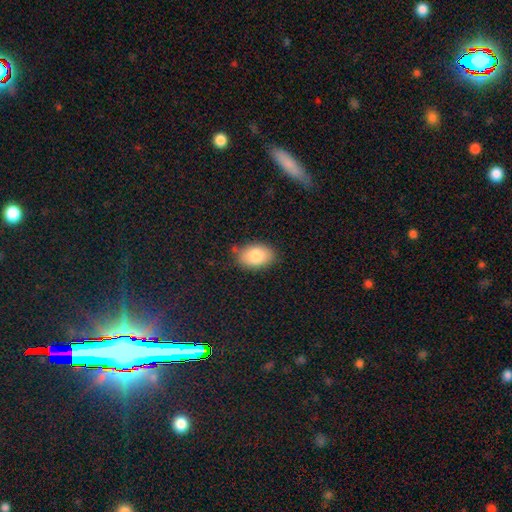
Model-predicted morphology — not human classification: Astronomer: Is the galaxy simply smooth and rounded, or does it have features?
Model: smooth — 82%.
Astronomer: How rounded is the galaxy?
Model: in between — 86%.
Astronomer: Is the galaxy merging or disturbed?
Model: none — 77%.